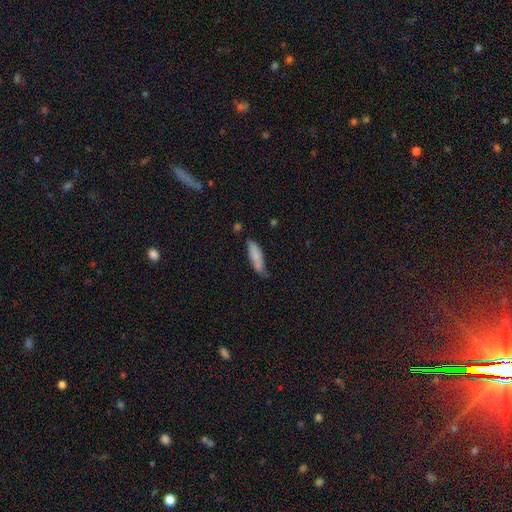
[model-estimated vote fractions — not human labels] This is clearly a smooth galaxy (81%). How rounded: likely cigar-shaped (68%). Merging: possibly none (59%).